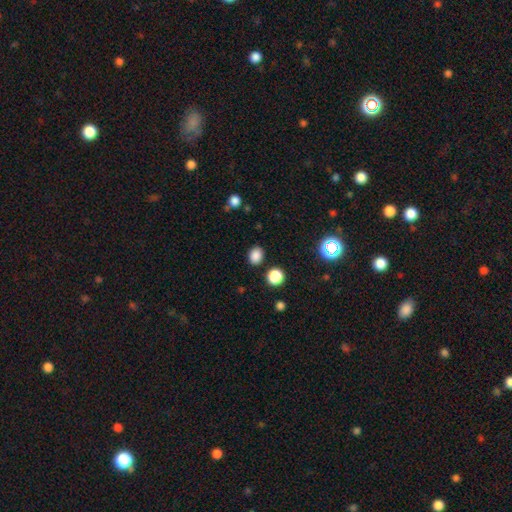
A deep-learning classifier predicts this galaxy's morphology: This is clearly a smooth galaxy (84%). How rounded: possibly round (55%). Merging: clearly none (85%).